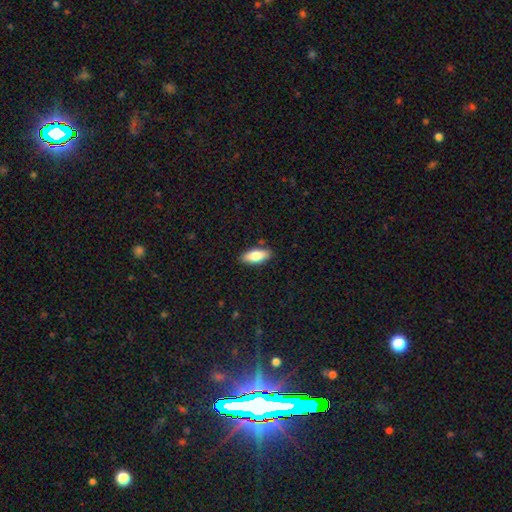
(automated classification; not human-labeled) Smooth or featured?
  - smooth: 80% *
  - featured or disk: 14%
  - star or artifact: 6%
How rounded?
  - in between: 80% *
  - cigar-shaped: 18%
  - round: 2%
Merging?
  - none: 87% *
  - minor disturbance: 10%
  - major disturbance: 2%
  - merger: 2%